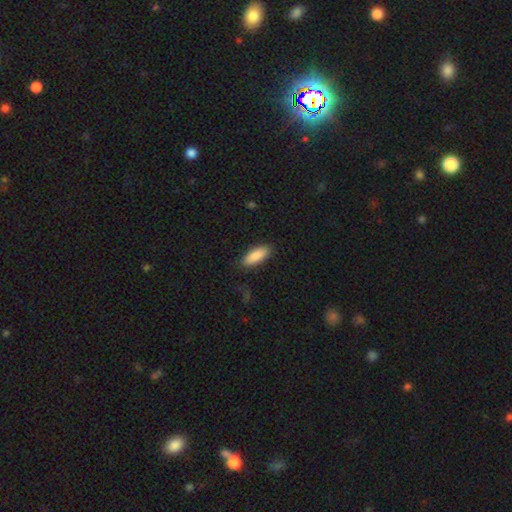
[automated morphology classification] This appears to be a smooth galaxy with no disk features (88%) that is in between round and cigar-shaped (71%). Merging: none (86%).